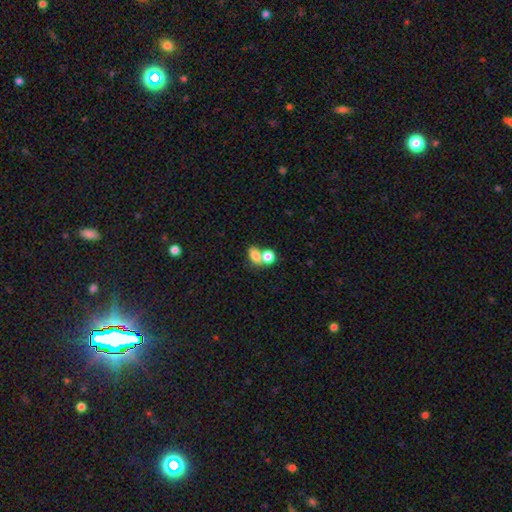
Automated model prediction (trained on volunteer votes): Smooth or featured?
  - smooth: 77% *
  - star or artifact: 11%
  - featured or disk: 11%
How rounded?
  - in between: 67% *
  - round: 31%
  - cigar-shaped: 2%
Merging?
  - merger: 54% *
  - none: 33%
  - minor disturbance: 8%
  - major disturbance: 5%